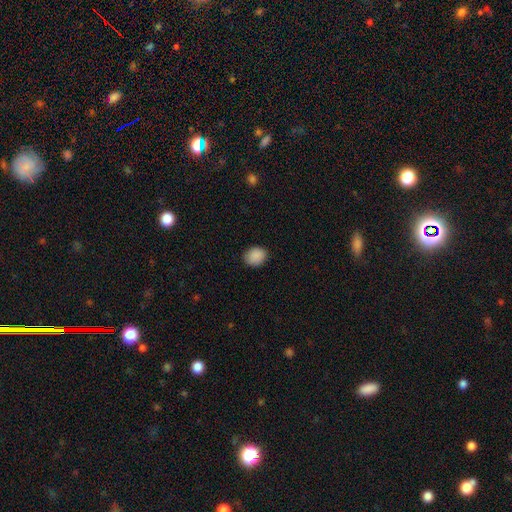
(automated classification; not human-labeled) smooth_or_featured: smooth (p=0.89) [alt: star or artifact p=0.08]
how_rounded: round (p=0.54) [alt: in between p=0.45]
merging: none (p=0.86) [alt: minor disturbance p=0.11]